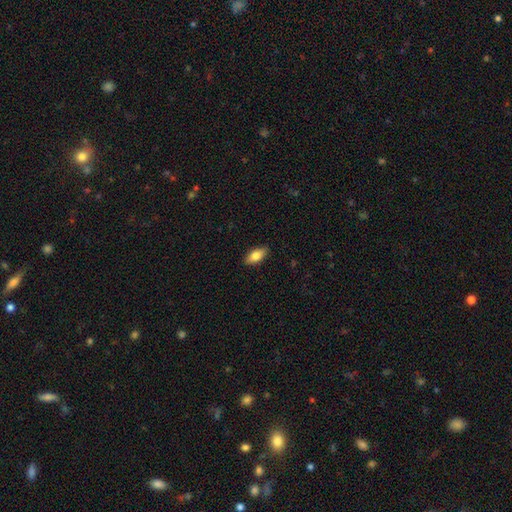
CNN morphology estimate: Smooth or featured: smooth — 80% (featured or disk — 13%)
How rounded: in between — 88% (cigar-shaped — 9%)
Merging: none — 89% (minor disturbance — 9%)